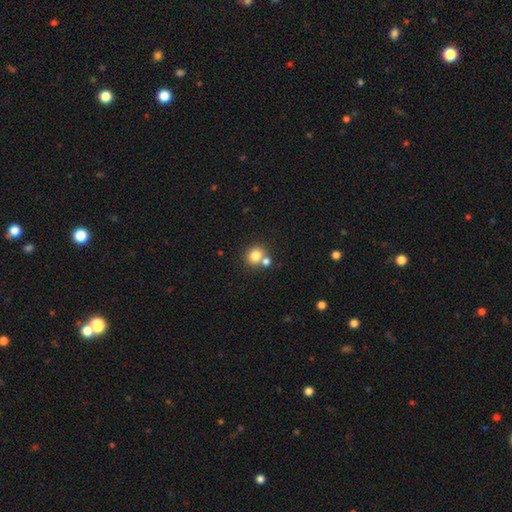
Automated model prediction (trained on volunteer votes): Morphology: type=smooth (80%); roundness=round (76%); merging=none (56%).